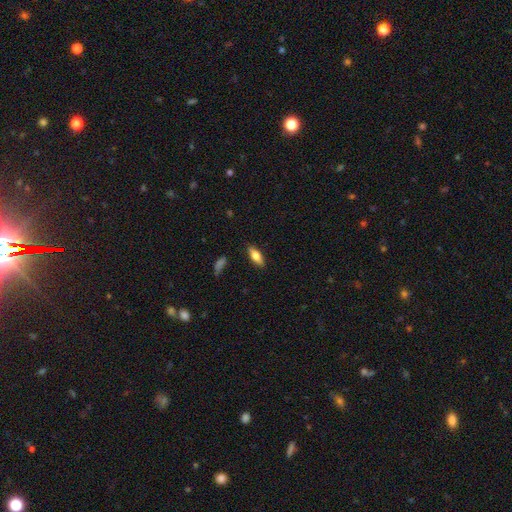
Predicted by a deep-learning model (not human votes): A smooth galaxy with no disk features (67%) that is in between round and cigar-shaped (71%). Merging: none (87%).